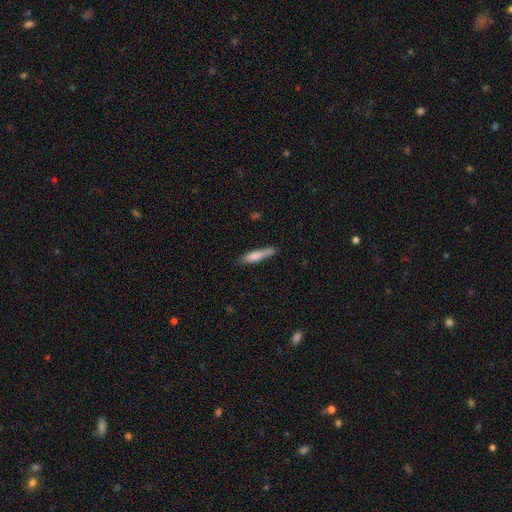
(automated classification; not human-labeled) Morphology: type=smooth (73%); roundness=cigar-shaped (84%); merging=none (71%).